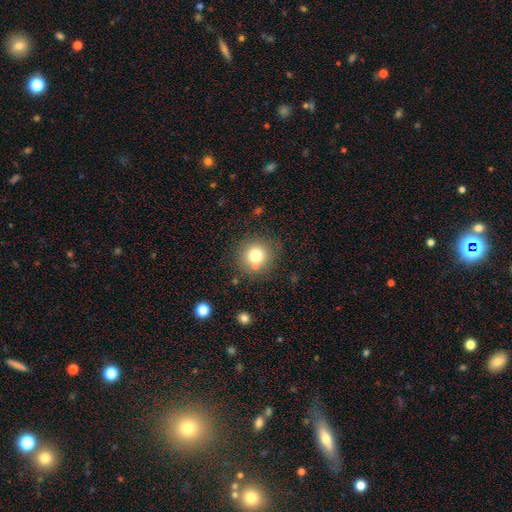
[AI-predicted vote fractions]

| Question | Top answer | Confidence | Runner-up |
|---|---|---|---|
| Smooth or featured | smooth | 76% | star or artifact (12%) |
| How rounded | round | 91% | in between (8%) |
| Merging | none | 76% | minor disturbance (11%) |